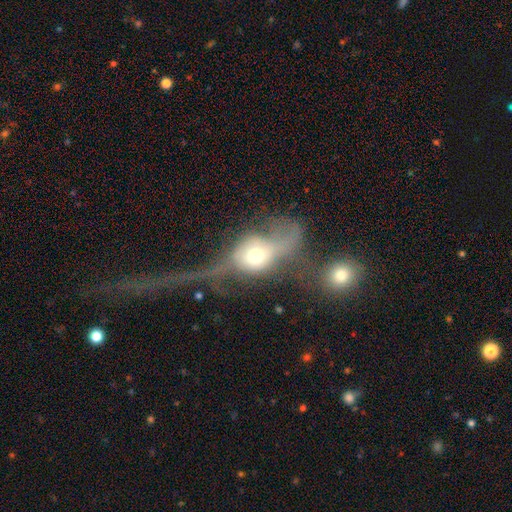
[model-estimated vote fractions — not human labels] Morphology: type=featured or disk (54%); edge-on=no (74%); merging=major disturbance (55%).